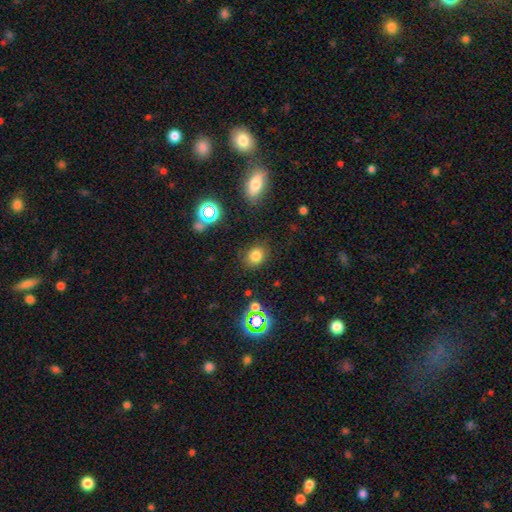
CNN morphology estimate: Smooth or featured: smooth — 77% (star or artifact — 16%)
How rounded: round — 65% (in between — 33%)
Merging: none — 83% (minor disturbance — 11%)